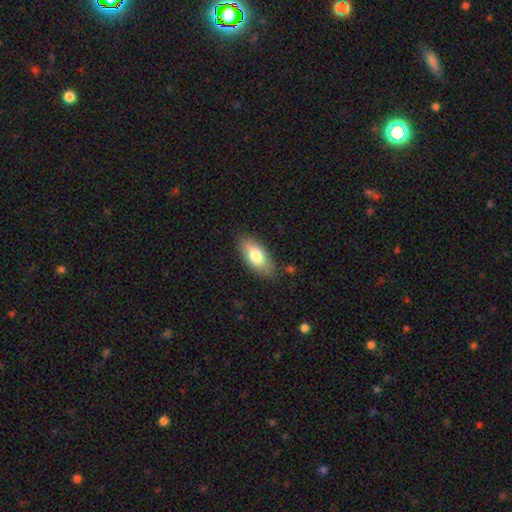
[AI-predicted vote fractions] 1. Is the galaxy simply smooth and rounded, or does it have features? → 74% smooth, 20% featured or disk, 6% star or artifact.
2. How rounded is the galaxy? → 89% in between, 8% cigar-shaped, 3% round.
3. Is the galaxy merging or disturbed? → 82% none, 13% minor disturbance, 3% major disturbance, 2% merger.